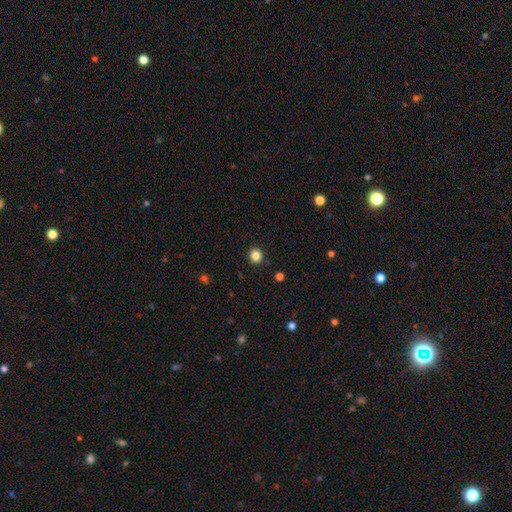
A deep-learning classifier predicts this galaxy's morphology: Overall: smooth (84%). How rounded: round (91%). Merging: none (92%).